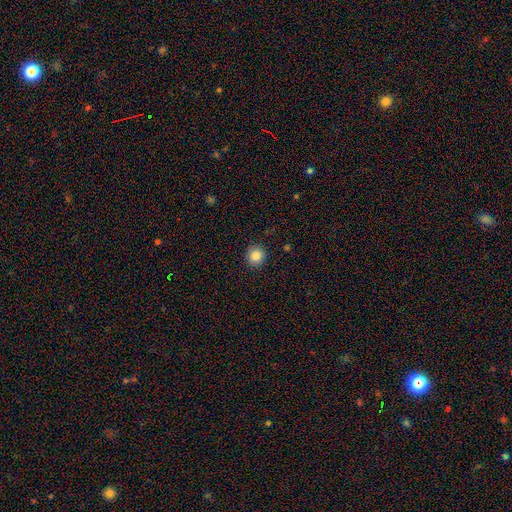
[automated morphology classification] smooth 87%, star or artifact 10%, featured or disk 4%. Down the decision tree: how rounded — round (90%); merging — none (91%).